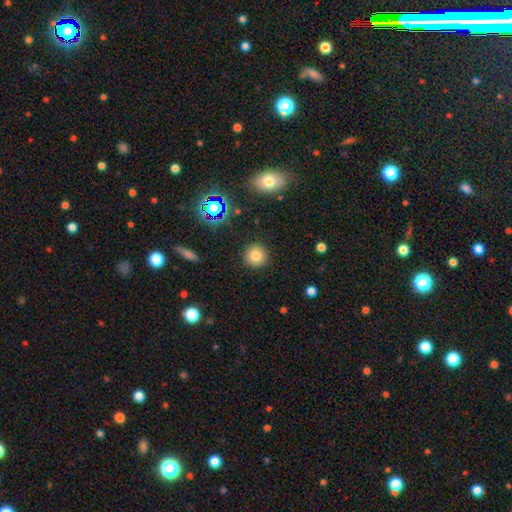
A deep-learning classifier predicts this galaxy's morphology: A smooth galaxy with no disk features (79%) that is round (94%).

Vote fractions:
- Smooth or featured? smooth: 79% / star or artifact: 14% / featured or disk: 7%
- How rounded? round: 94% / in between: 5% / cigar-shaped: 1%
- Merging? none: 91% / minor disturbance: 6% / major disturbance: 2% / merger: 1%